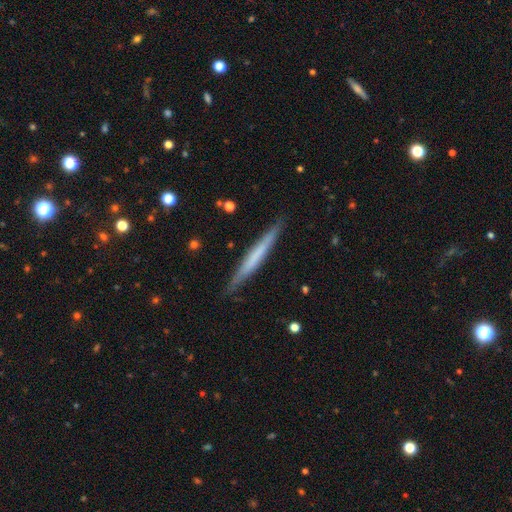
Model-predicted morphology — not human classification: This is possibly a smooth galaxy (51%). How rounded: clearly cigar-shaped (96%). Merging: clearly none (88%).